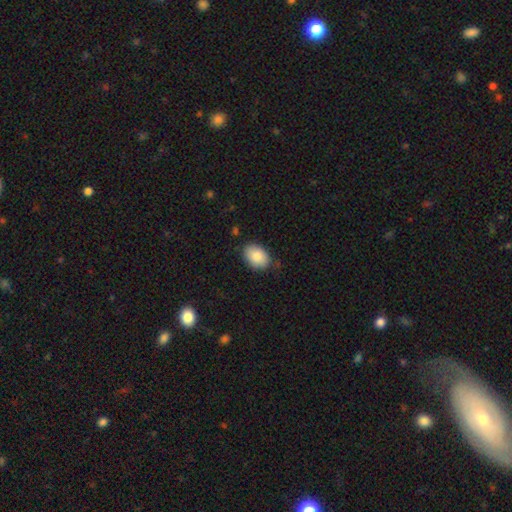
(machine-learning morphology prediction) Smooth or featured: smooth — 85% (featured or disk — 8%)
How rounded: in between — 82% (round — 17%)
Merging: none — 80% (minor disturbance — 16%)